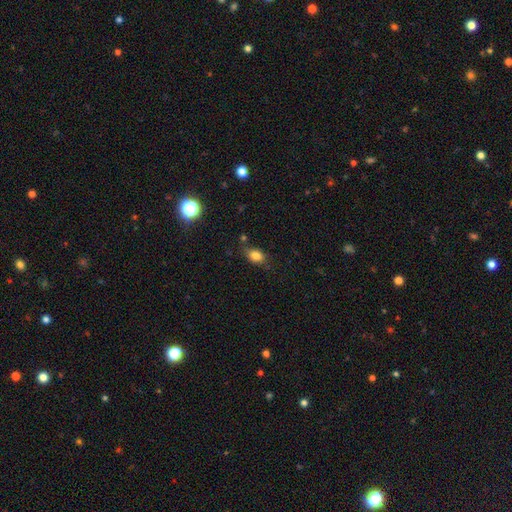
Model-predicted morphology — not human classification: Q: Smooth or featured?
A: smooth (82%); runner-up: star or artifact (11%)
Q: How rounded?
A: in between (78%); runner-up: round (19%)
Q: Merging?
A: none (73%); runner-up: minor disturbance (18%)